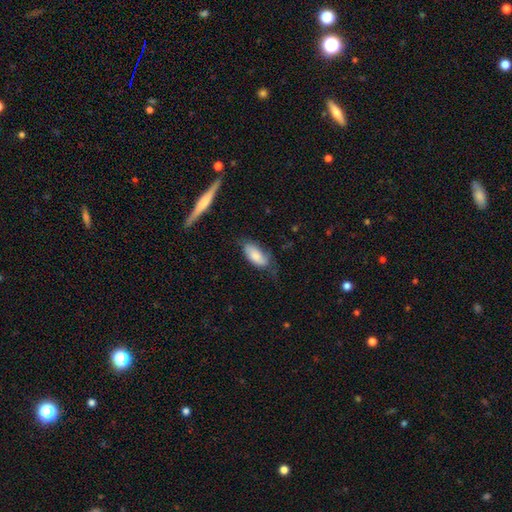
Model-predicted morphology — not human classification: Smooth or featured: smooth — 74% (featured or disk — 19%)
How rounded: in between — 86% (cigar-shaped — 12%)
Merging: none — 52% (minor disturbance — 33%)